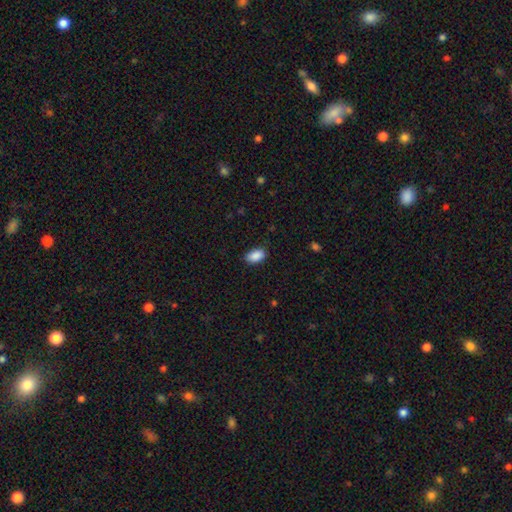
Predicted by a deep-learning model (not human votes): The model was most divided on "merging": none: 86%, minor disturbance: 11%, major disturbance: 2%, merger: 1%. More confident: how rounded — in between (93%); smooth or featured — smooth (90%).